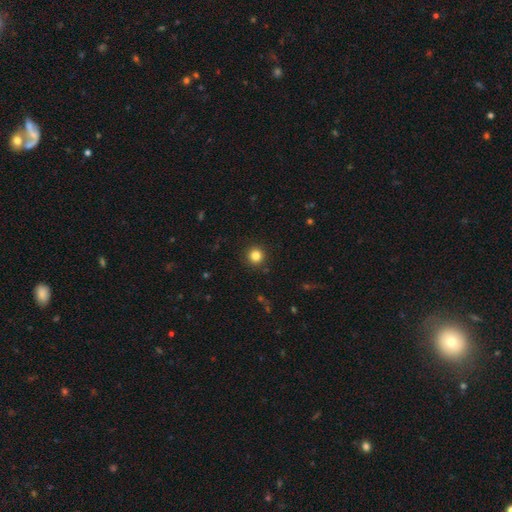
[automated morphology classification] smooth_or_featured: smooth (p=0.83) [alt: star or artifact p=0.12]
how_rounded: round (p=0.95) [alt: in between p=0.04]
merging: none (p=0.92) [alt: minor disturbance p=0.05]